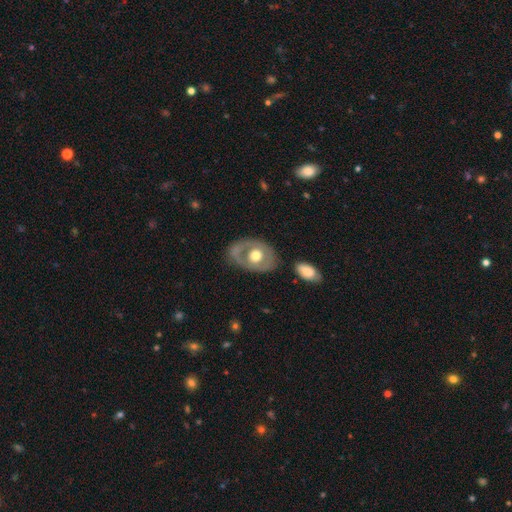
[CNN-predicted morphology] A featured or disk galaxy (55%) with no bar (87%), no spiral arms (84%) and a moderate central bulge (60%).

Vote fractions:
- Smooth or featured? featured or disk: 55% / smooth: 40% / star or artifact: 5%
- Edge-on disk? no: 92% / yes: 8%
- Bar? no: 87% / weak: 10% / strong: 3%
- Spiral arms? no: 84% / yes: 16%
- Bulge size? moderate: 60% / large: 33% / small: 4% / dominant: 2% / none: 1%
- Merging? none: 67% / minor disturbance: 19% / major disturbance: 10% / merger: 5%